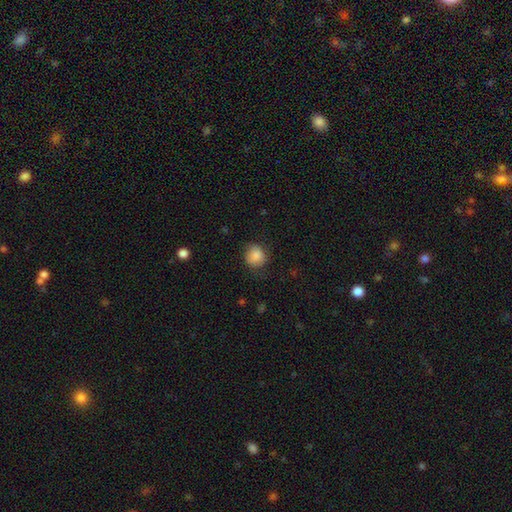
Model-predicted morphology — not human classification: A smooth galaxy with no disk features (85%) that is round (86%).

Vote fractions:
- Smooth or featured? smooth: 85% / star or artifact: 9% / featured or disk: 6%
- How rounded? round: 86% / in between: 13% / cigar-shaped: 1%
- Merging? none: 74% / minor disturbance: 19% / major disturbance: 6% / merger: 1%